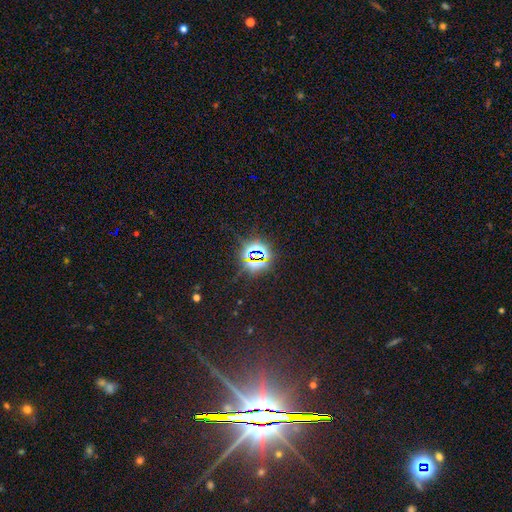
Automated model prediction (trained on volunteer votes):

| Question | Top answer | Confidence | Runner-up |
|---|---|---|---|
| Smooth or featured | star or artifact | 80% | smooth (13%) |